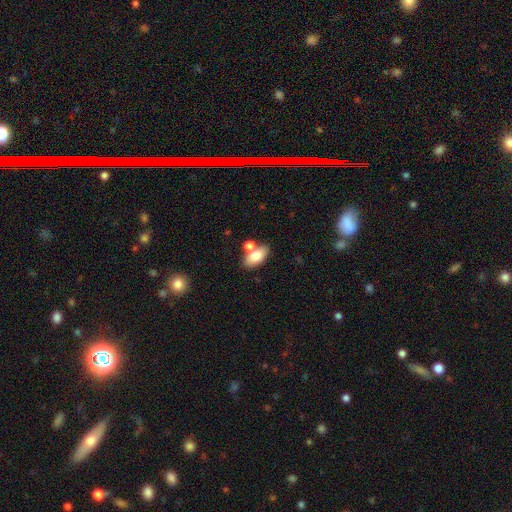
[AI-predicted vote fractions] A smooth galaxy with no disk features (78%) that is in between round and cigar-shaped (91%). Merging: none (57%).